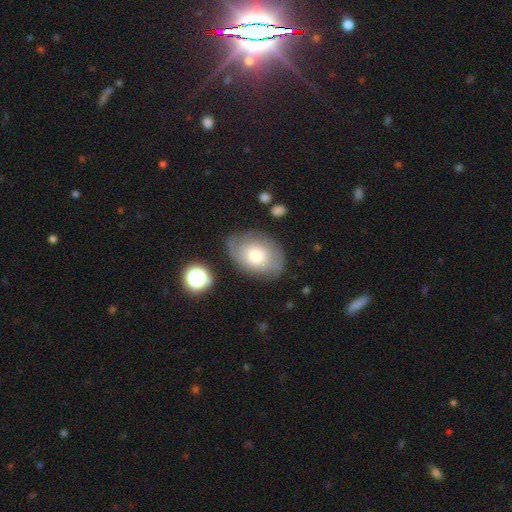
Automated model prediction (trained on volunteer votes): smooth 54%, featured or disk 38%, star or artifact 8%. Down the decision tree: how rounded — in between (80%); merging — none (71%).